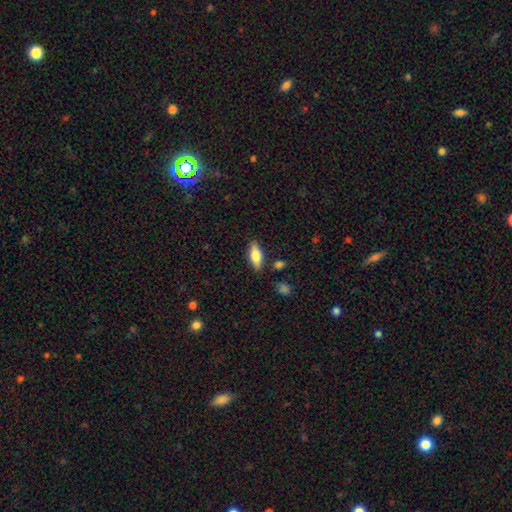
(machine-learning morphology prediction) smooth_or_featured: smooth (p=0.64) [alt: featured or disk p=0.29]
how_rounded: in between (p=0.75) [alt: cigar-shaped p=0.22]
merging: none (p=0.83) [alt: minor disturbance p=0.11]